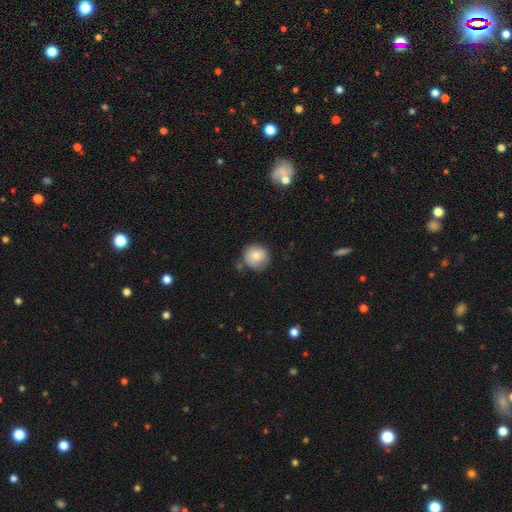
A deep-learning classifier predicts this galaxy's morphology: Smooth or featured: smooth — 77% (featured or disk — 15%)
How rounded: round — 91% (in between — 8%)
Merging: none — 68% (minor disturbance — 22%)